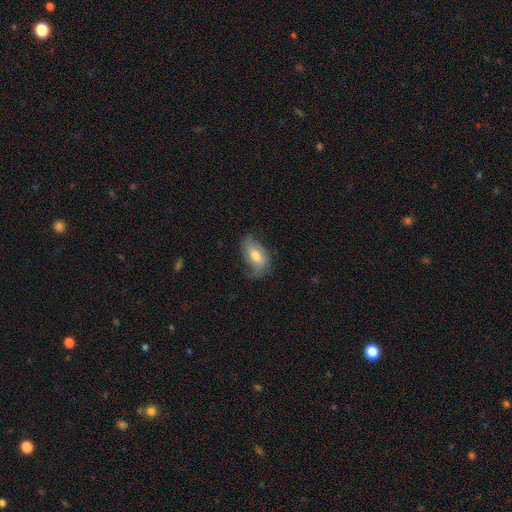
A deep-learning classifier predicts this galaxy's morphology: Smooth or featured?
  - smooth: 63% *
  - featured or disk: 30%
  - star or artifact: 7%
How rounded?
  - in between: 91% *
  - round: 5%
  - cigar-shaped: 4%
Merging?
  - none: 60% *
  - minor disturbance: 29%
  - major disturbance: 10%
  - merger: 1%